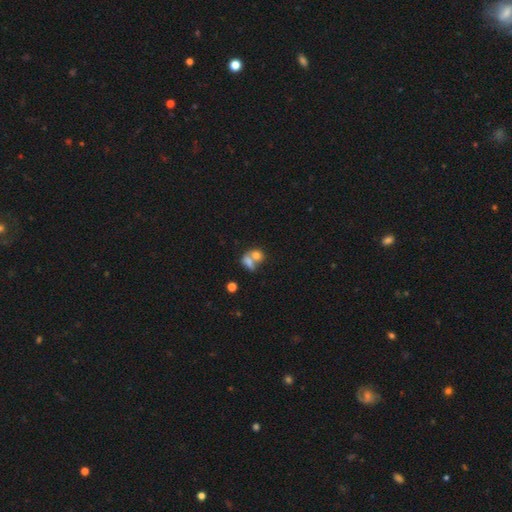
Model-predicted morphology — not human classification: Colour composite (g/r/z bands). It shows a smooth galaxy with no disk features (73%) that is in between round and cigar-shaped (59%). Merging: merger (69%).